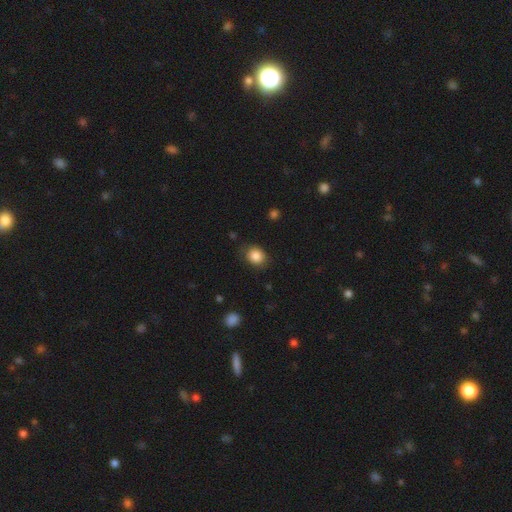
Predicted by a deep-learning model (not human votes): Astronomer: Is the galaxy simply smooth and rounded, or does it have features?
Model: smooth — 86%.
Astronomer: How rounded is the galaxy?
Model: round — 60% (runner-up: in between, 39%).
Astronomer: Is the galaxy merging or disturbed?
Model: none — 81%.